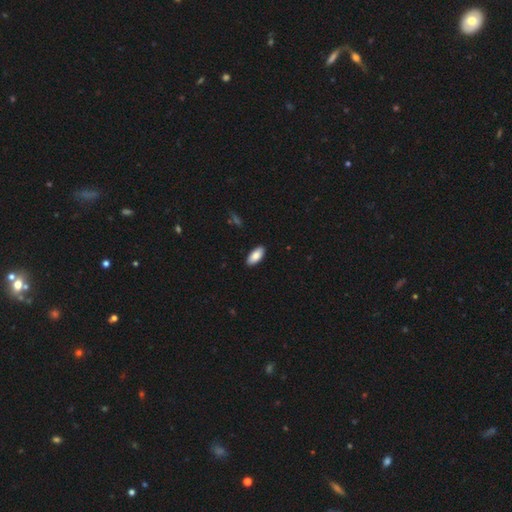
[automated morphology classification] smooth-or-featured: smooth: 86% | featured or disk: 8% | star or artifact: 6%
  how-rounded: in between: 91% | cigar-shaped: 8% | round: 2%
  merging: none: 90% | minor disturbance: 8% | major disturbance: 2% | merger: 1%